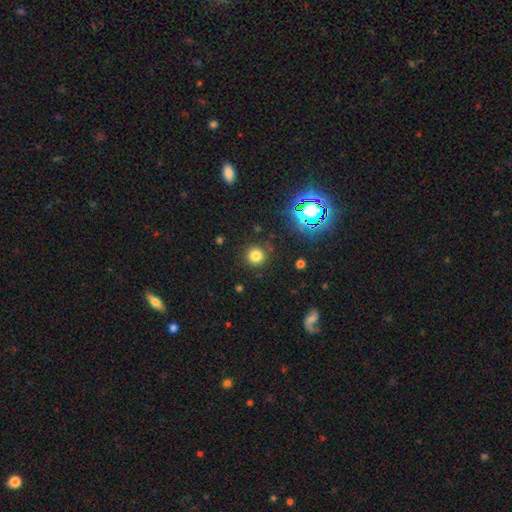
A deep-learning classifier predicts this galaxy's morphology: A smooth galaxy with no disk features (75%) that is round (94%).

Vote fractions:
- Smooth or featured? smooth: 75% / star or artifact: 19% / featured or disk: 6%
- How rounded? round: 94% / in between: 5% / cigar-shaped: 1%
- Merging? none: 89% / minor disturbance: 7% / major disturbance: 3% / merger: 2%